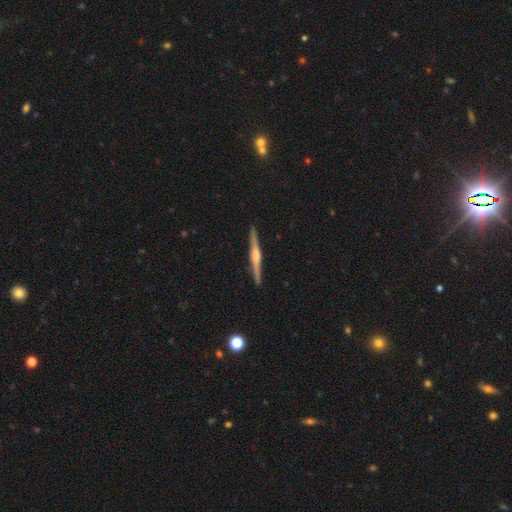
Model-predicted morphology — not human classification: type=featured or disk (75%); edge-on=yes (98%); edge-on bulge=rounded (71%); merging=none (92%).